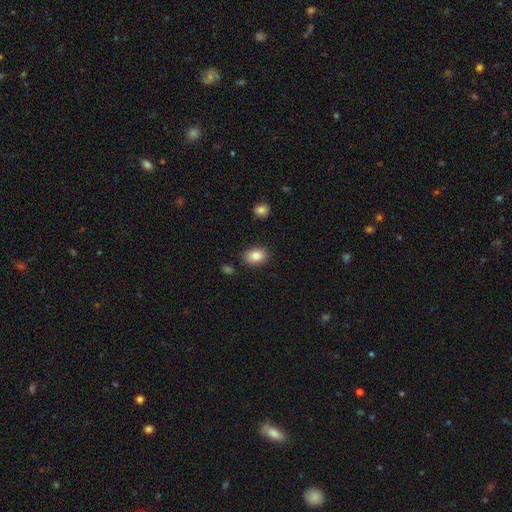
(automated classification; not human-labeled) Smooth or featured? smooth (85%)
How rounded? in between (79%)
Merging? none (87%)